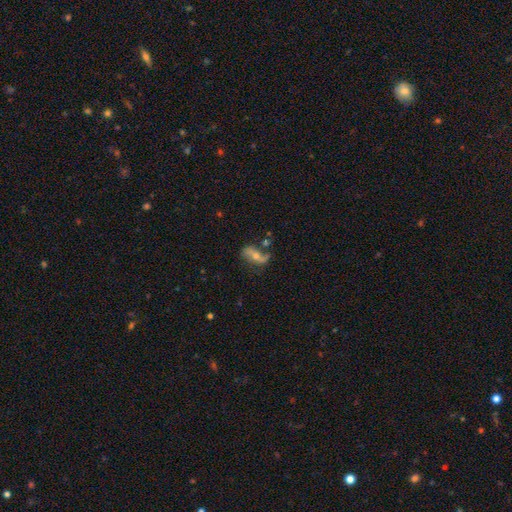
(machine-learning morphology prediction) The model was most divided on "bulge size": moderate: 51%, small: 41%, none: 3%, large: 3%, dominant: 1%. Remaining: edge-on disk — no (88%); spiral arms — yes (81%); smooth or featured — featured or disk (68%); merging — none (53%); bar — no (48%).